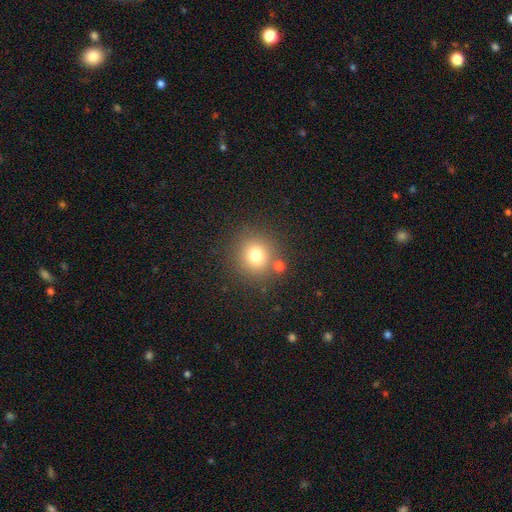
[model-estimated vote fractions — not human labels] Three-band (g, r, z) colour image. It shows a smooth galaxy with no disk features (76%) that is round (91%). Merging: none (80%).